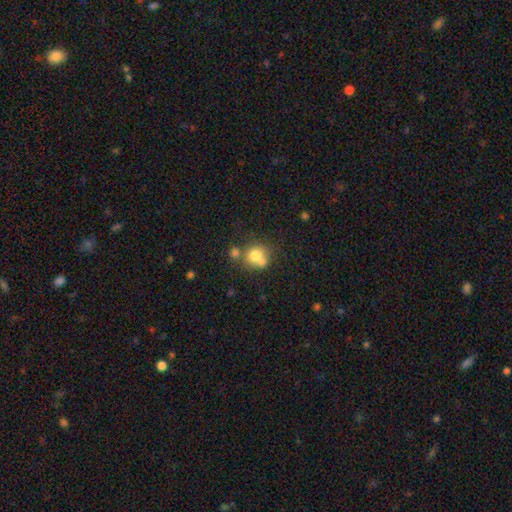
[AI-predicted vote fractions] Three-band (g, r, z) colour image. It shows a smooth galaxy with no disk features (73%) that is round (76%). Merging: merger (40%, tied with none).